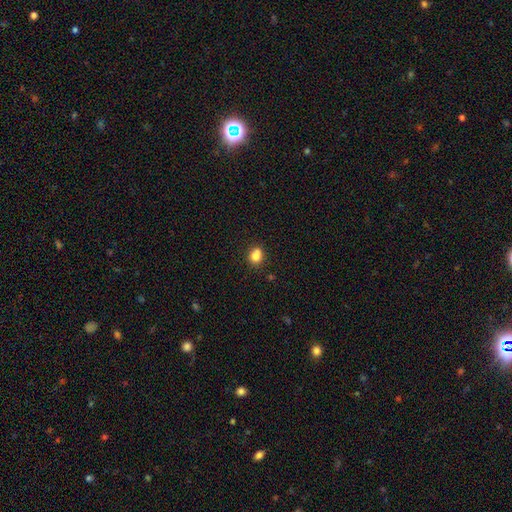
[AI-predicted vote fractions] Smooth or featured: smooth — 80% (star or artifact — 11%)
How rounded: round — 63% (in between — 36%)
Merging: none — 57% (merger — 23%)